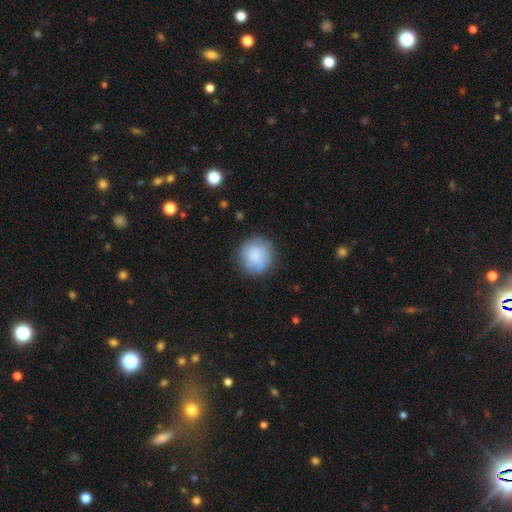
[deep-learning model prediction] Smooth or featured: smooth — 75% (featured or disk — 17%)
How rounded: round — 92% (in between — 7%)
Merging: none — 75% (minor disturbance — 17%)